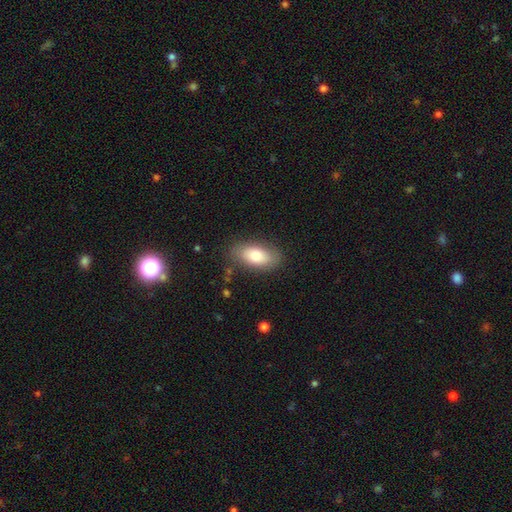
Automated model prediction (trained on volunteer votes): smooth-or-featured: smooth: 74% | featured or disk: 19% | star or artifact: 7%
  how-rounded: in between: 90% | round: 5% | cigar-shaped: 5%
  merging: none: 81% | minor disturbance: 13% | major disturbance: 4% | merger: 2%